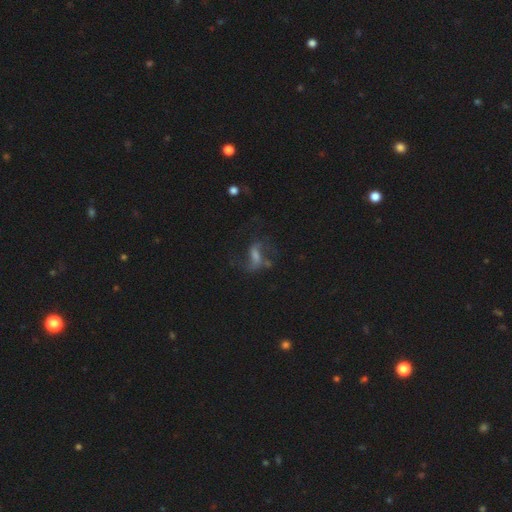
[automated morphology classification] This appears to be a featured or disk galaxy (58%) with a weak bar (42%), spiral arms (75%) and a small central bulge (34%). Merging: none (51%).